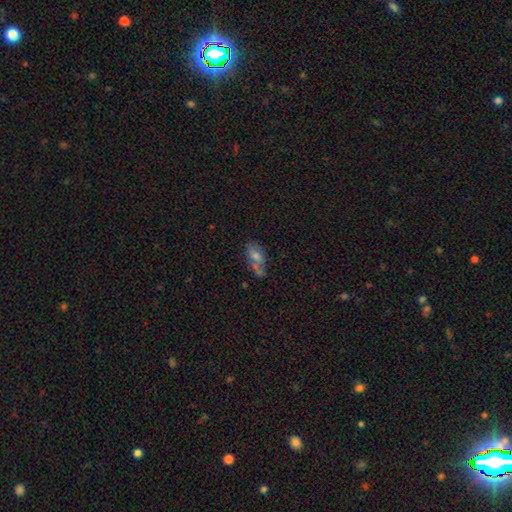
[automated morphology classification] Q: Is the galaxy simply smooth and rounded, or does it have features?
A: smooth — 61%.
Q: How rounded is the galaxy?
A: in between — 83%.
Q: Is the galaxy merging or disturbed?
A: none — 46%.